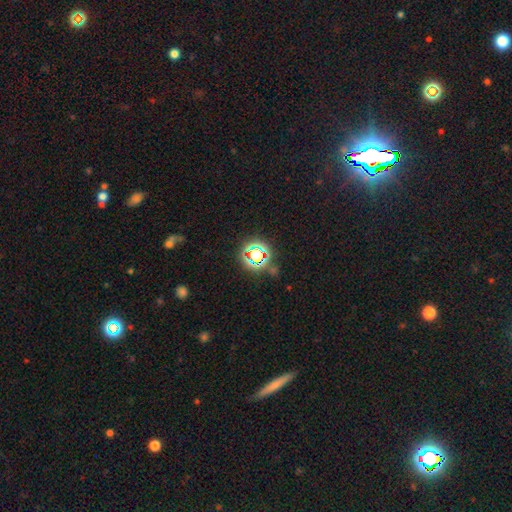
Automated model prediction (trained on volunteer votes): A star or artifact, not a galaxy (64%).